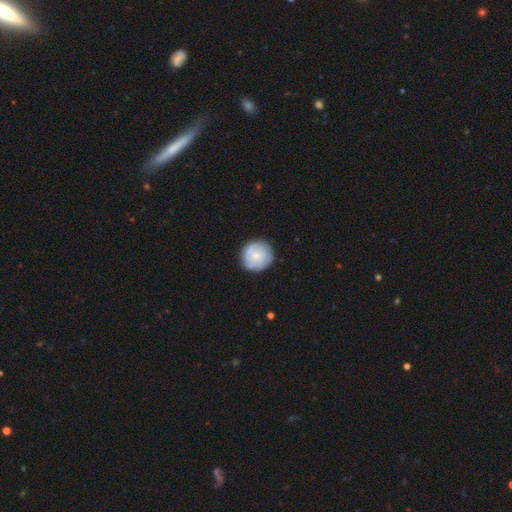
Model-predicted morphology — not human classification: Smooth or featured? Predicted: smooth (p=0.57). How rounded? Predicted: round (p=0.93). Merging? Predicted: none (p=0.84).